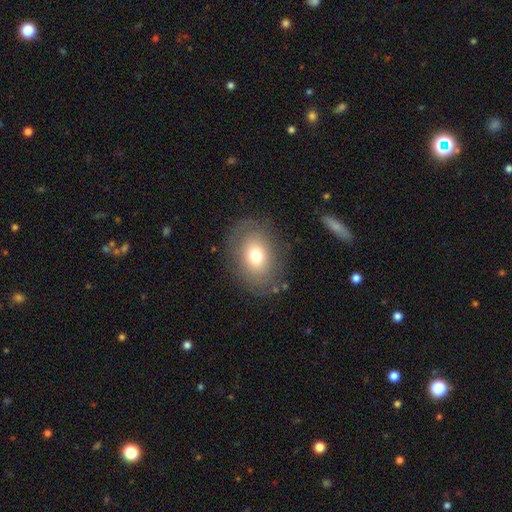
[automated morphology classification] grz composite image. It shows a smooth galaxy with no disk features (69%) that is in between round and cigar-shaped (69%). Merging: none (80%).